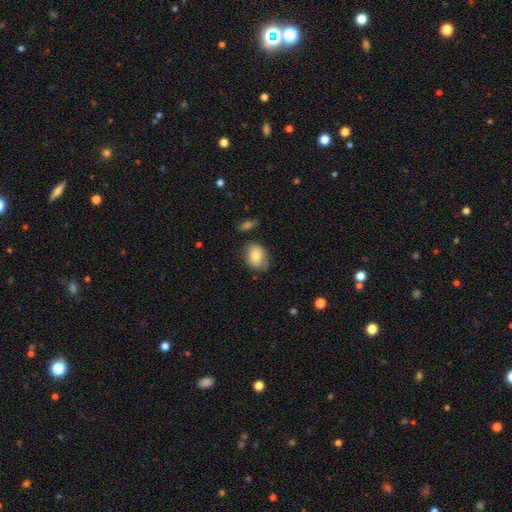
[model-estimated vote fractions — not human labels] Smooth or featured? smooth (80%)
How rounded? in between (69%)
Merging? none (72%)